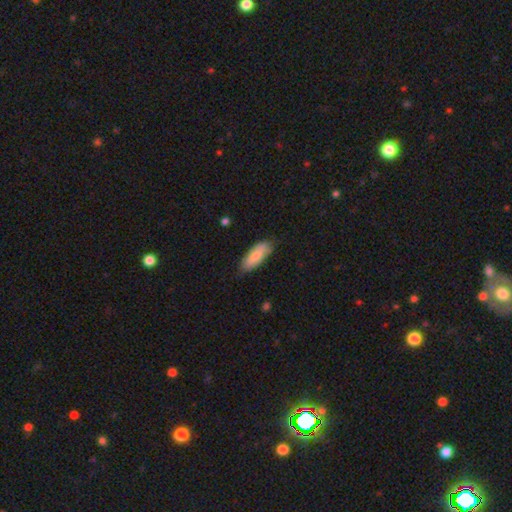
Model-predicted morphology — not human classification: type=smooth (79%); roundness=in between (72%); merging=none (73%).